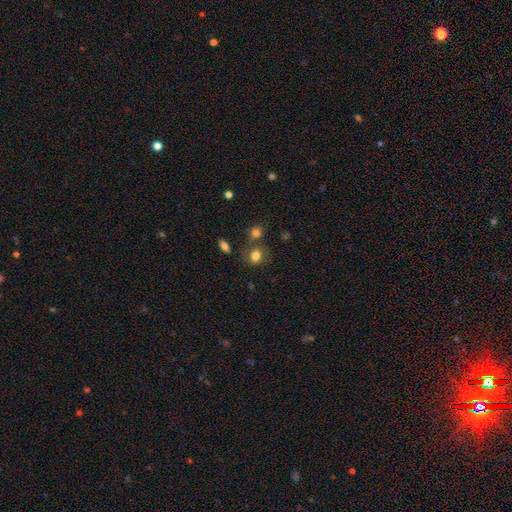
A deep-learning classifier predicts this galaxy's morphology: smooth-or-featured: smooth: 81% | star or artifact: 11% | featured or disk: 8%
  how-rounded: round: 60% | in between: 38% | cigar-shaped: 1%
  merging: none: 63% | merger: 19% | minor disturbance: 14% | major disturbance: 5%